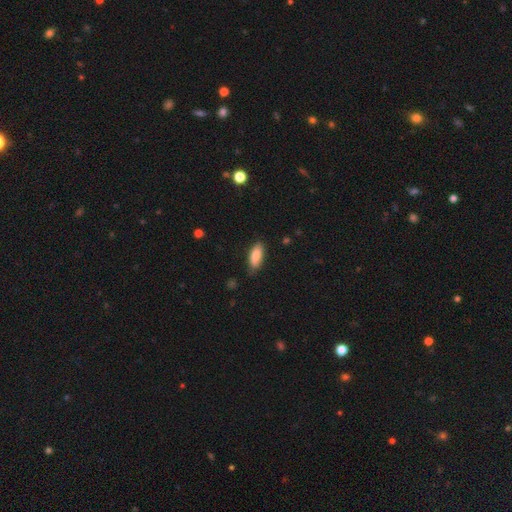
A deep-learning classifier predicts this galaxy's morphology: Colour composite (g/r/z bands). It shows a smooth galaxy with no disk features (85%) that is in between round and cigar-shaped (79%). Merging: none (78%).